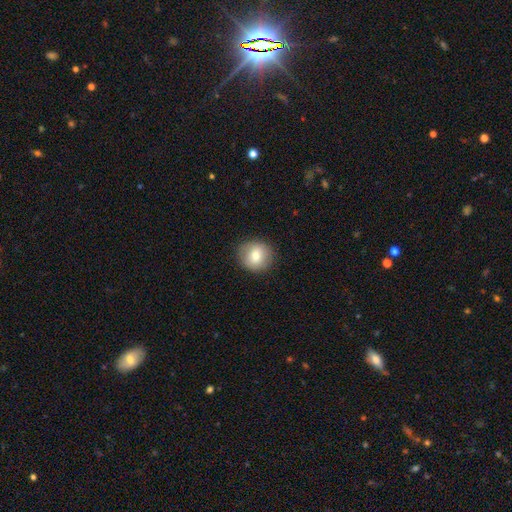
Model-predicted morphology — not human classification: Q: Smooth or featured?
A: smooth (73%); runner-up: featured or disk (19%)
Q: How rounded?
A: round (88%); runner-up: in between (11%)
Q: Merging?
A: none (87%); runner-up: minor disturbance (10%)